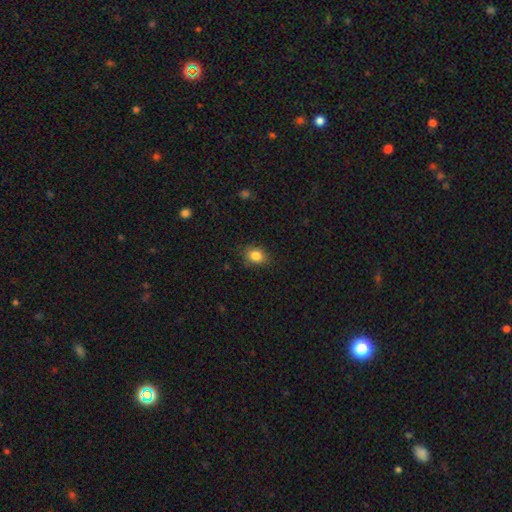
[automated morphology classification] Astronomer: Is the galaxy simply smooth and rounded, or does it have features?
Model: smooth — 84%.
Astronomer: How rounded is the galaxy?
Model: round — 50% (runner-up: in between, 49%).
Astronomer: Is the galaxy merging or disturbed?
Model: none — 84%.